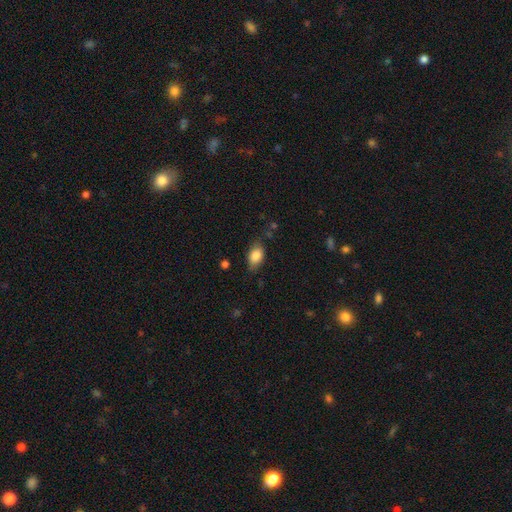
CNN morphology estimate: Smooth or featured? smooth (85%)
How rounded? in between (89%)
Merging? none (74%)